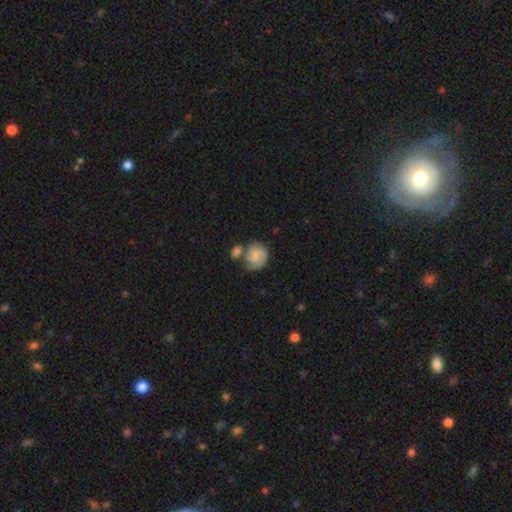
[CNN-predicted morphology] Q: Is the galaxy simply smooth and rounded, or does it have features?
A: featured or disk — 53%.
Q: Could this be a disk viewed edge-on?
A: no — 98%.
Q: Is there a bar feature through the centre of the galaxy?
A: no — 69%.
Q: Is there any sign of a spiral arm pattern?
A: yes — 87%.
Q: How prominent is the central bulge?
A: small — 50%.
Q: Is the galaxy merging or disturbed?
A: none — 41%.